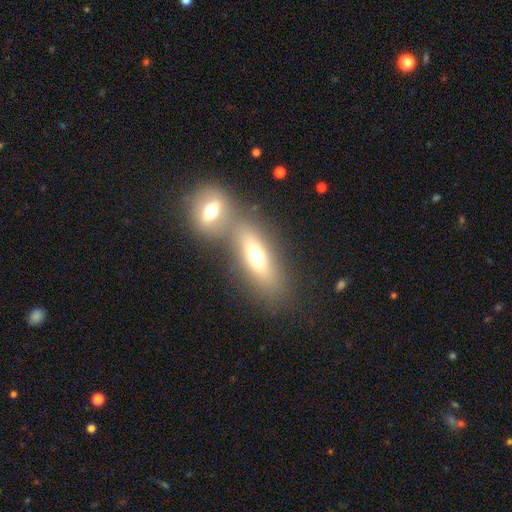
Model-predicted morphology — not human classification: The model was most divided on "merging": merger: 52%, none: 35%, minor disturbance: 8%, major disturbance: 5%. More confident: how rounded — in between (64%); smooth or featured — smooth (58%).